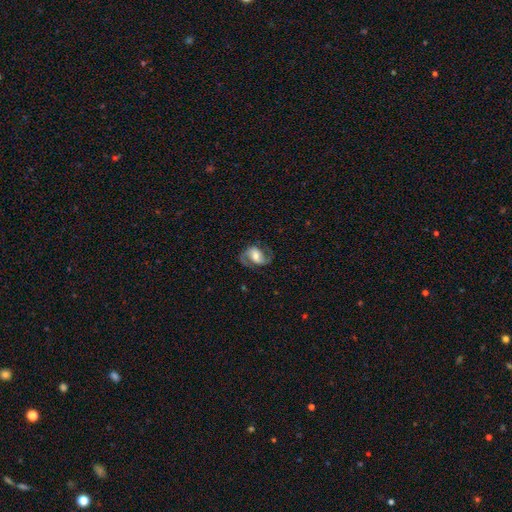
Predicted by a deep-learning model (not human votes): Smooth or featured? Predicted: featured or disk (p=0.79). Edge-on disk? Predicted: no (p=0.97). Bar? Predicted: weak (p=0.40). Spiral arms? Predicted: yes (p=0.94). Spiral winding? Predicted: medium (p=0.53). Spiral arm count? Predicted: 2 (p=0.90). Bulge size? Predicted: moderate (p=0.55). Merging? Predicted: none (p=0.74).